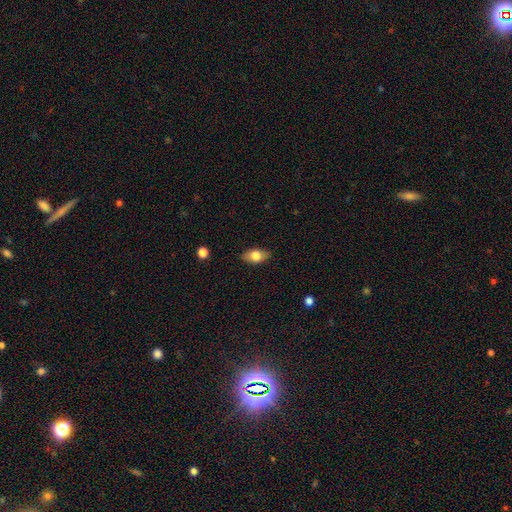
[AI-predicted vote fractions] Q: Smooth or featured?
A: smooth (74%); runner-up: featured or disk (19%)
Q: How rounded?
A: in between (87%); runner-up: round (8%)
Q: Merging?
A: none (84%); runner-up: minor disturbance (12%)